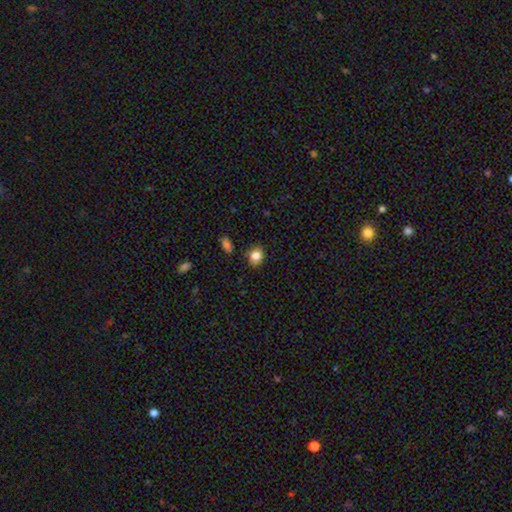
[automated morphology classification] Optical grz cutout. It shows a smooth galaxy with no disk features (83%) that is round (67%). Merging: none (85%).